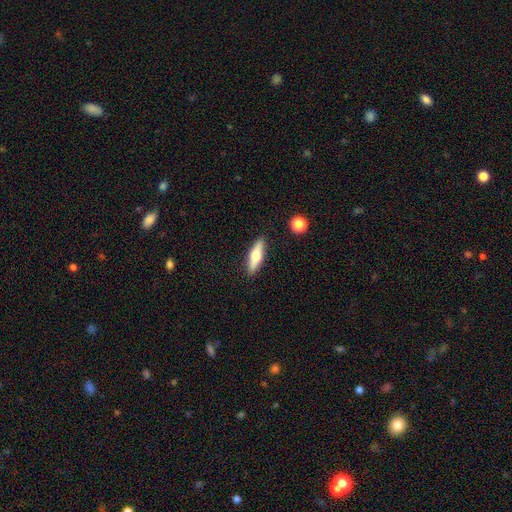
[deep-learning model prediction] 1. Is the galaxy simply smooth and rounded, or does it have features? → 51% smooth, 43% featured or disk, 6% star or artifact.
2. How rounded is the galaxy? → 65% cigar-shaped, 33% in between, 3% round.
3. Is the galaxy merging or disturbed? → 88% none, 8% minor disturbance, 2% merger, 2% major disturbance.